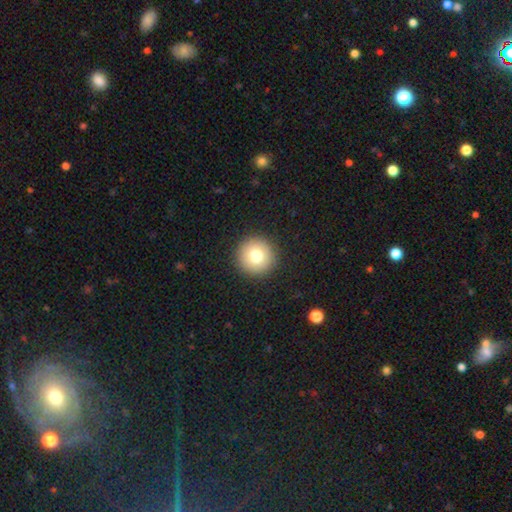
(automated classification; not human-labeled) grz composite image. It shows a smooth galaxy with no disk features (77%) that is round (96%). Merging: none (92%).